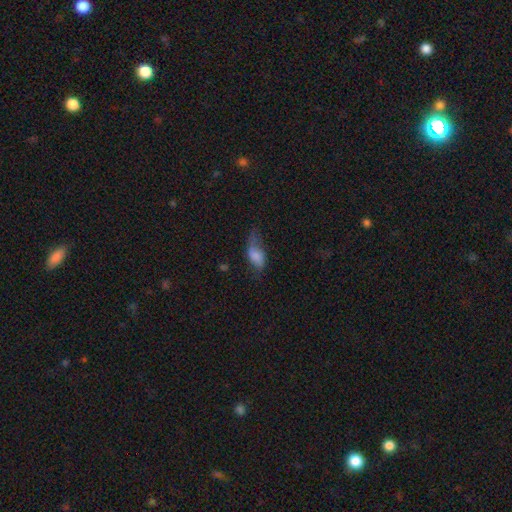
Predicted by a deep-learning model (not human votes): Smooth or featured? smooth (67%)
How rounded? in between (89%)
Merging? major disturbance (34%)